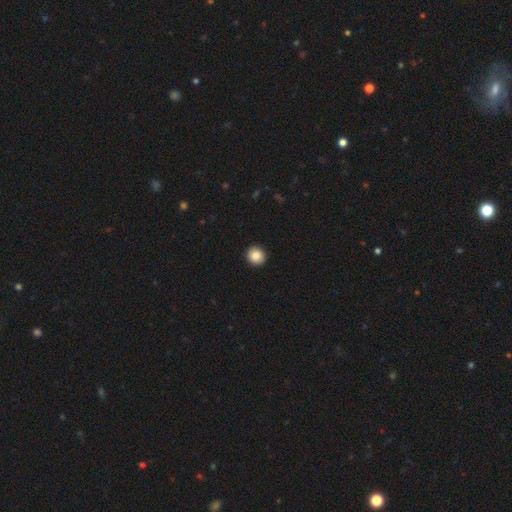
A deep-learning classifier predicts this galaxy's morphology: This appears to be a smooth galaxy with no disk features (87%) that is round (91%). Merging: none (93%).